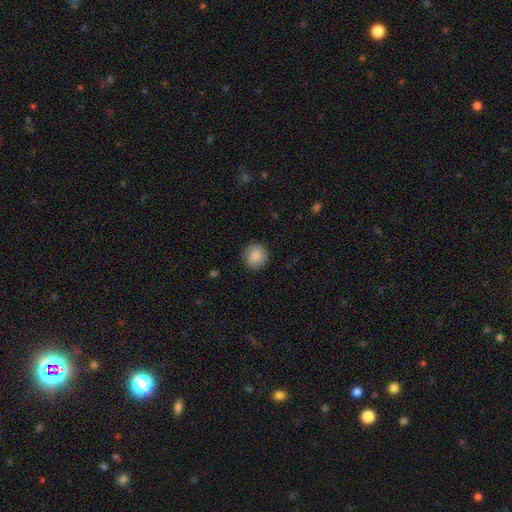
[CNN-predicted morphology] Smooth or featured? smooth (87%)
How rounded? round (92%)
Merging? none (89%)